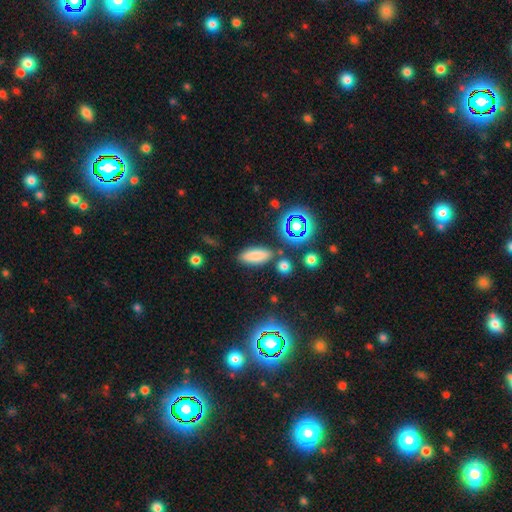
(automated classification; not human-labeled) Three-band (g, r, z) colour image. It shows a smooth galaxy with no disk features (79%) that is in between round and cigar-shaped (64%). Merging: none (82%).